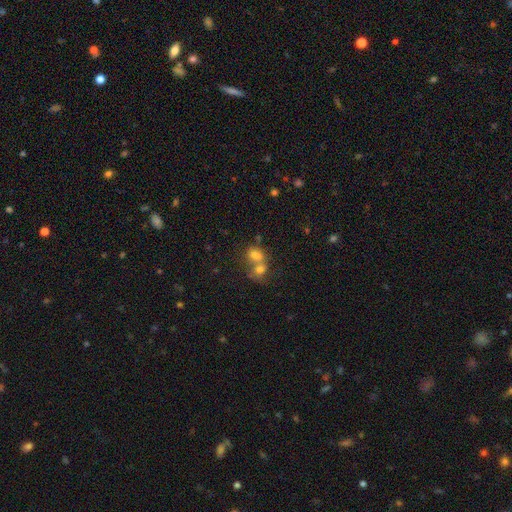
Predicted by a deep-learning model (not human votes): Smooth or featured?
  - smooth: 68% *
  - featured or disk: 17%
  - star or artifact: 15%
How rounded?
  - in between: 56% *
  - round: 42%
  - cigar-shaped: 2%
Merging?
  - merger: 67% *
  - none: 23%
  - minor disturbance: 6%
  - major disturbance: 4%